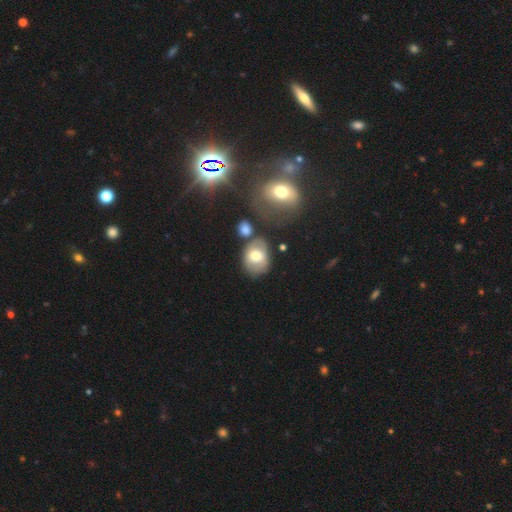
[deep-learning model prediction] The model was most divided on "how rounded": in between: 62%, round: 37%, cigar-shaped: 1%. More confident: smooth or featured — smooth (62%); merging — none (58%).